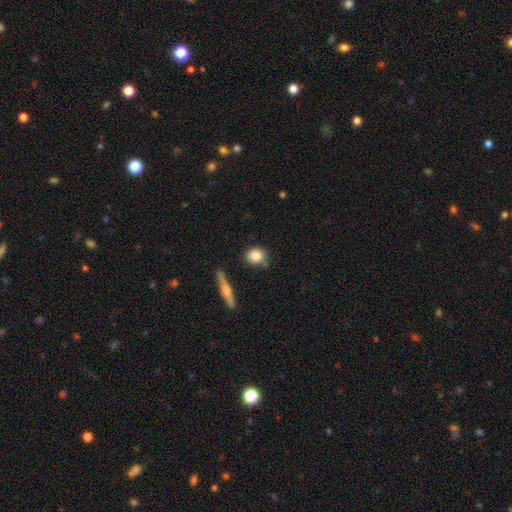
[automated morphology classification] smooth_or_featured: smooth (p=0.83) [alt: featured or disk p=0.09]
how_rounded: round (p=0.62) [alt: in between p=0.33]
merging: none (p=0.71) [alt: minor disturbance p=0.19]